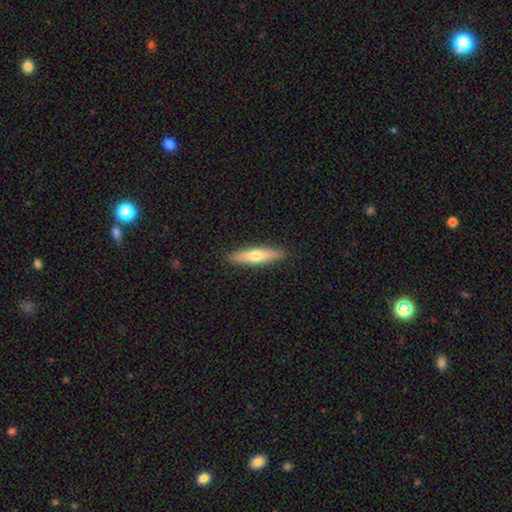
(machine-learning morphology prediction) A smooth galaxy with no disk features (58%) that is cigar-shaped (78%).

Vote fractions:
- Smooth or featured? smooth: 58% / featured or disk: 36% / star or artifact: 6%
- How rounded? cigar-shaped: 78% / in between: 20% / round: 2%
- Merging? none: 90% / minor disturbance: 8% / major disturbance: 2% / merger: 1%